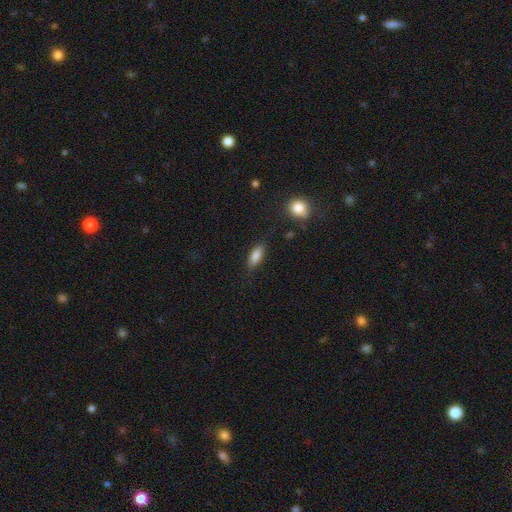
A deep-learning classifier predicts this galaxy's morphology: Smooth or featured: smooth — 84% (featured or disk — 8%)
How rounded: in between — 77% (cigar-shaped — 20%)
Merging: none — 81% (minor disturbance — 13%)